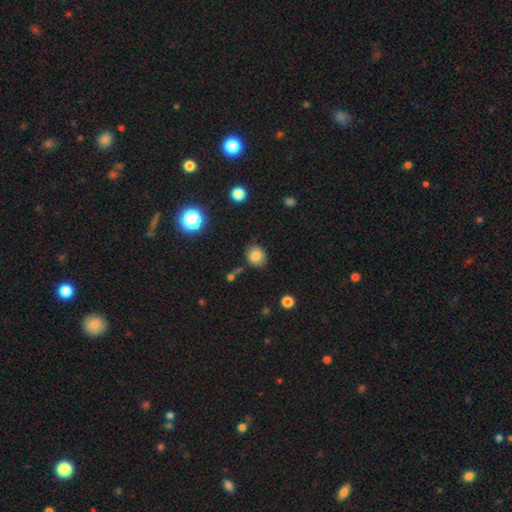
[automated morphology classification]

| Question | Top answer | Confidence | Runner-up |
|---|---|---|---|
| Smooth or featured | smooth | 81% | star or artifact (12%) |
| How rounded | round | 77% | in between (22%) |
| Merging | none | 80% | minor disturbance (14%) |